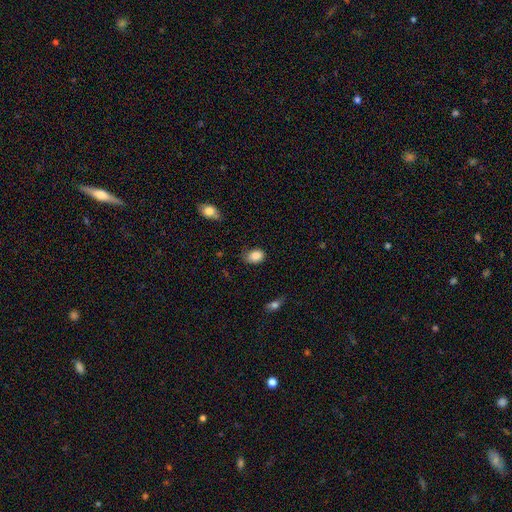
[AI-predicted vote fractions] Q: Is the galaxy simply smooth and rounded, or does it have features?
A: smooth — 86%.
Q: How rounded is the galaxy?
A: in between — 77%.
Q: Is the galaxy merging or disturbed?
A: none — 66%.